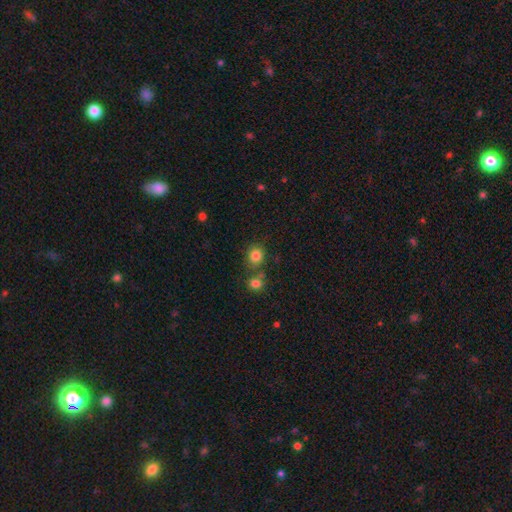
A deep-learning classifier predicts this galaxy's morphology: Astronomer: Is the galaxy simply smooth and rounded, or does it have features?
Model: smooth — 82%.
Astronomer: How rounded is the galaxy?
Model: round — 79%.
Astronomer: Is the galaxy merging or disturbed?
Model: none — 69%.